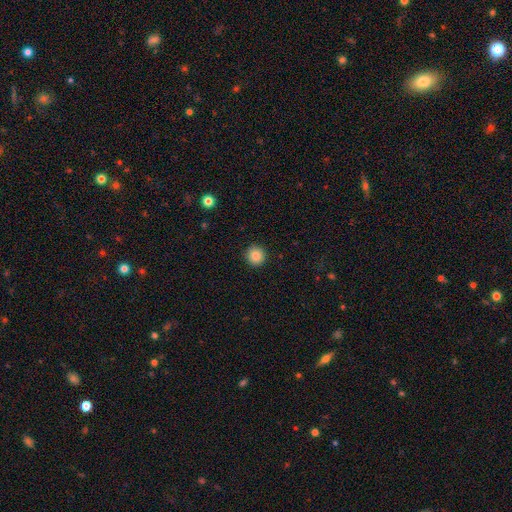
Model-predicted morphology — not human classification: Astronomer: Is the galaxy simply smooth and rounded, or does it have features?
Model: smooth — 86%.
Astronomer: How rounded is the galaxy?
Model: round — 93%.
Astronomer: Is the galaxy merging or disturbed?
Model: none — 92%.